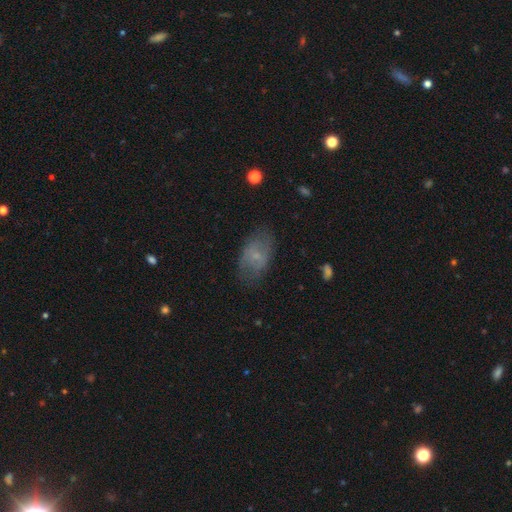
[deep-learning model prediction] smooth-or-featured: smooth: 55% | featured or disk: 36% | star or artifact: 9%
  how-rounded: in between: 89% | round: 9% | cigar-shaped: 2%
  merging: none: 69% | minor disturbance: 20% | major disturbance: 9% | merger: 2%